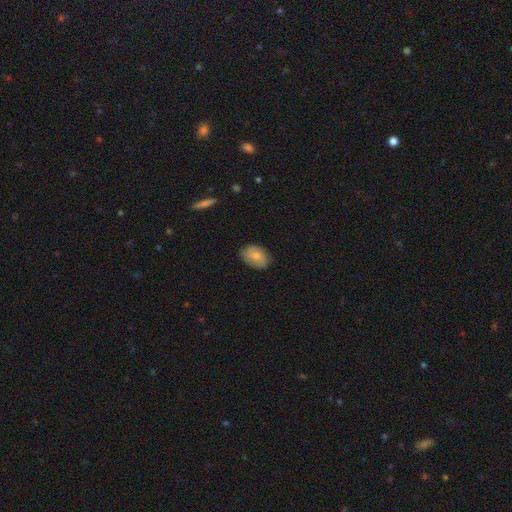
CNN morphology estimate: A smooth galaxy with no disk features (80%) that is in between round and cigar-shaped (81%).

Vote fractions:
- Smooth or featured? smooth: 80% / featured or disk: 14% / star or artifact: 7%
- How rounded? in between: 81% / round: 18% / cigar-shaped: 1%
- Merging? none: 82% / minor disturbance: 14% / major disturbance: 3% / merger: 1%